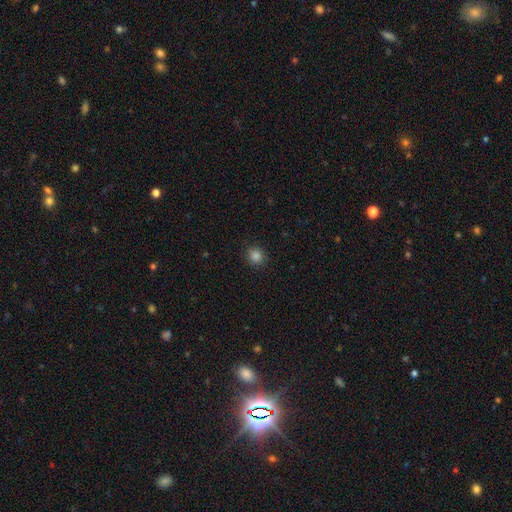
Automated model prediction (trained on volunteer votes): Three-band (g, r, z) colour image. It shows a smooth galaxy with no disk features (85%) that is round (88%). Merging: none (91%).